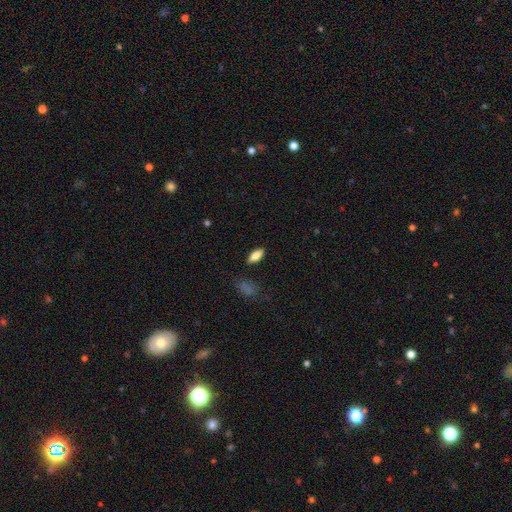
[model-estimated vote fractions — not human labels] The model was most divided on "how rounded": in between: 79%, cigar-shaped: 19%, round: 3%. More confident: merging — none (86%); smooth or featured — smooth (79%).